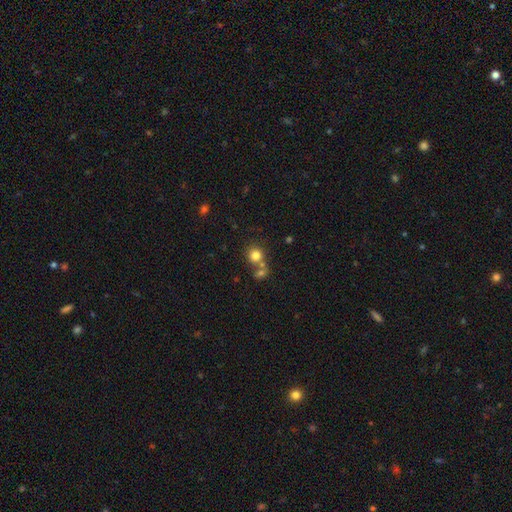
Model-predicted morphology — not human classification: Smooth or featured? Predicted: smooth (p=0.79). How rounded? Predicted: round (p=0.86). Merging? Predicted: none (p=0.54).